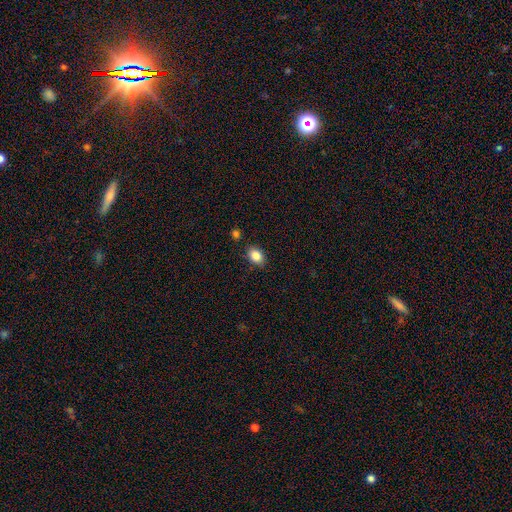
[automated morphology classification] smooth_or_featured: smooth (p=0.86) [alt: star or artifact p=0.09]
how_rounded: in between (p=0.77) [alt: round p=0.21]
merging: none (p=0.83) [alt: minor disturbance p=0.11]